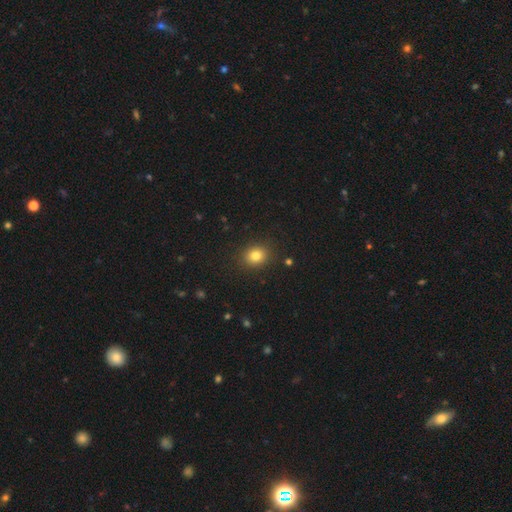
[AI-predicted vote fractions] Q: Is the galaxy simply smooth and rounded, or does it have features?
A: smooth — 81%.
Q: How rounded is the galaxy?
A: round — 62%.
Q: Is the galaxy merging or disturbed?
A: none — 89%.